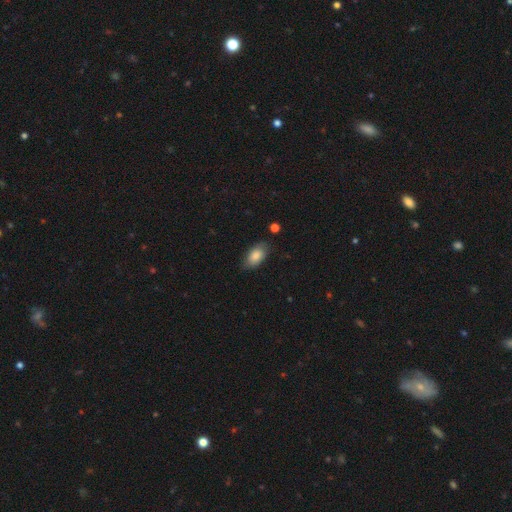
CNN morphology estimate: This appears to be a smooth galaxy with no disk features (83%) that is in between round and cigar-shaped (93%). Merging: none (78%).